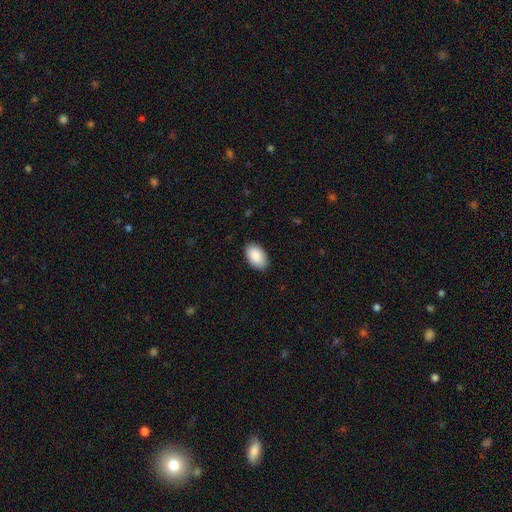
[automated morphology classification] This appears to be a smooth galaxy with no disk features (90%) that is in between round and cigar-shaped (94%). Merging: none (88%).